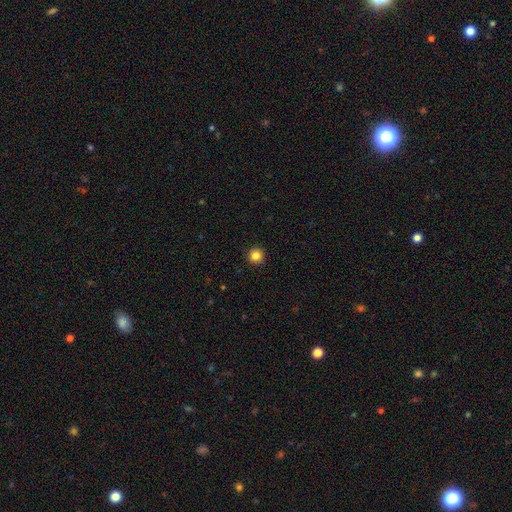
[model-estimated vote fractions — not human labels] This appears to be a smooth galaxy with no disk features (84%) that is round (96%). Merging: none (93%).